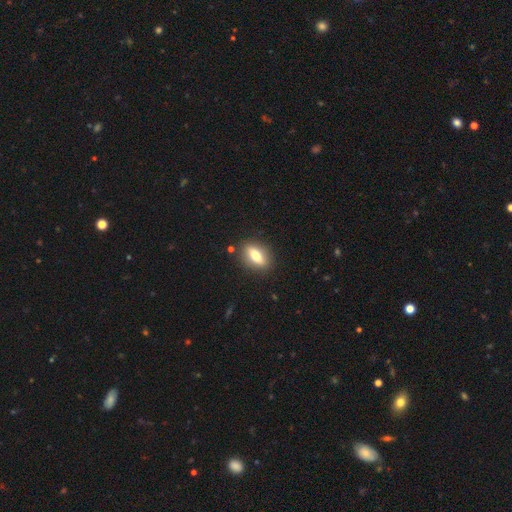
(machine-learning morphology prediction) Smooth or featured?
  - smooth: 62% *
  - featured or disk: 30%
  - star or artifact: 8%
How rounded?
  - in between: 73% *
  - cigar-shaped: 18%
  - round: 10%
Merging?
  - none: 86% *
  - minor disturbance: 9%
  - major disturbance: 3%
  - merger: 2%